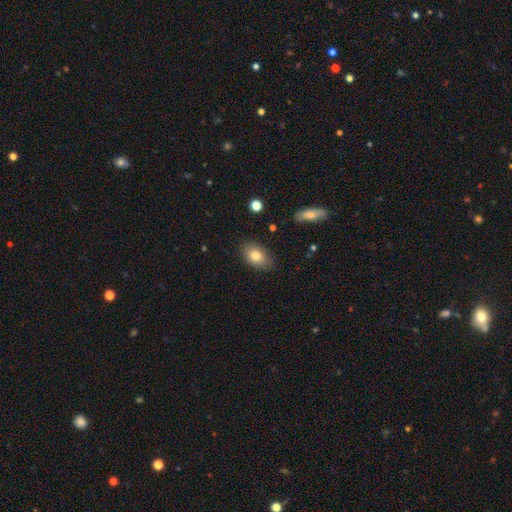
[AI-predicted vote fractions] Smooth or featured?
  - smooth: 80% *
  - featured or disk: 12%
  - star or artifact: 8%
How rounded?
  - in between: 85% *
  - round: 13%
  - cigar-shaped: 1%
Merging?
  - none: 84% *
  - minor disturbance: 12%
  - major disturbance: 3%
  - merger: 1%